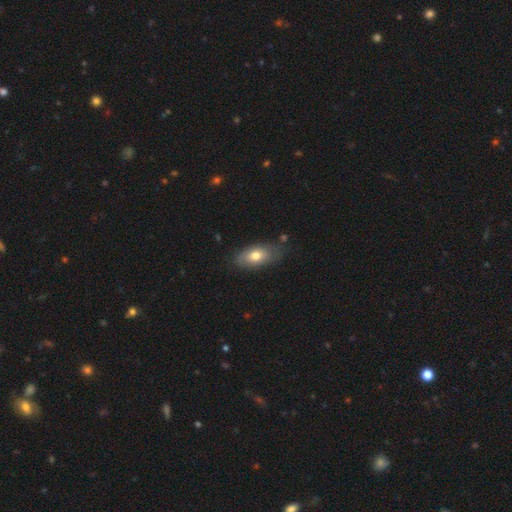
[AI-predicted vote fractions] This is likely a smooth galaxy (70%). How rounded: clearly in between (89%). Merging: likely none (68%).